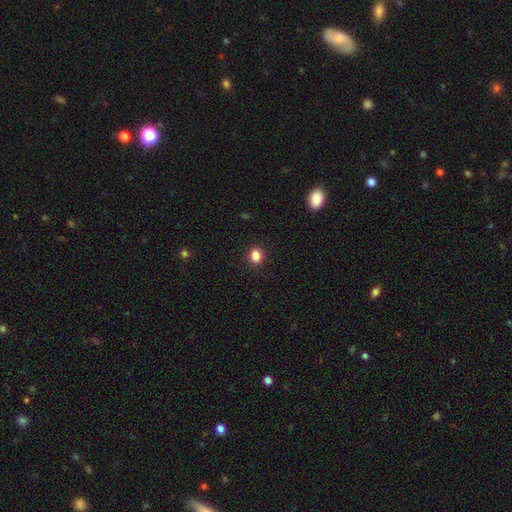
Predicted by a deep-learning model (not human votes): smooth 85%, star or artifact 11%, featured or disk 4%. Down the decision tree: how rounded — round (67%); merging — none (91%).